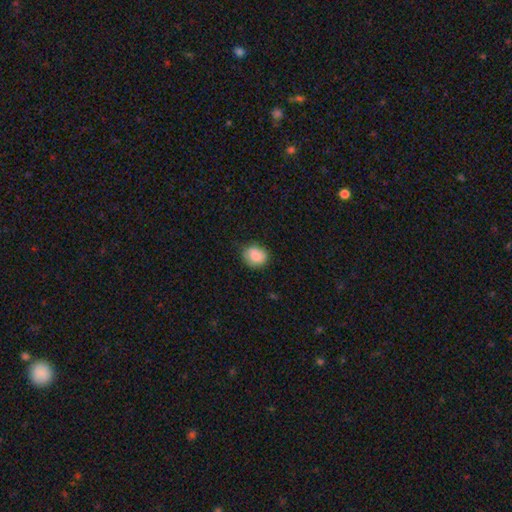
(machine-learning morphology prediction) Smooth or featured? Predicted: smooth (p=0.83). How rounded? Predicted: round (p=0.64). Merging? Predicted: none (p=0.73).